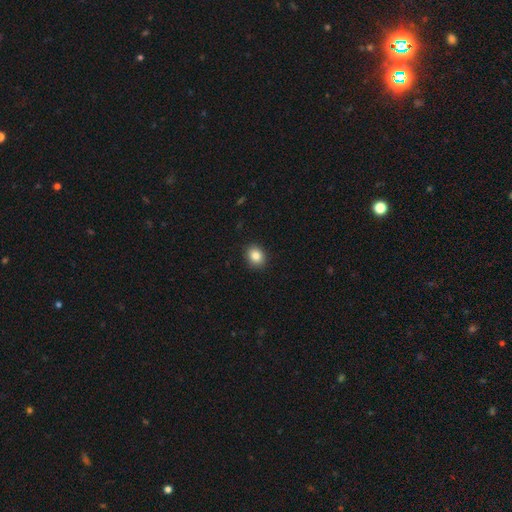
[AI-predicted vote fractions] This is clearly a smooth galaxy (85%). How rounded: possibly round (59%). Merging: clearly none (91%).